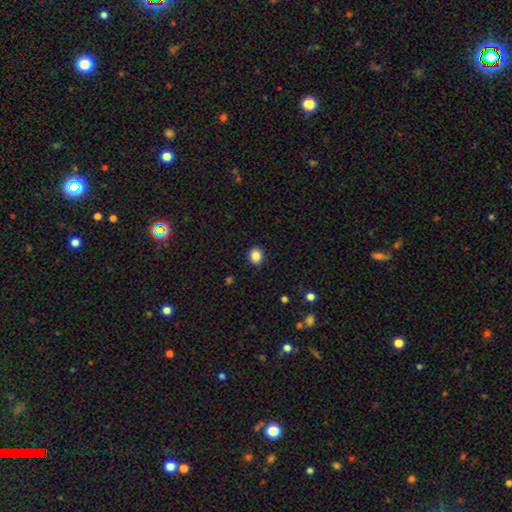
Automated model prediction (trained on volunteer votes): Q: Smooth or featured?
A: smooth (87%); runner-up: star or artifact (9%)
Q: How rounded?
A: round (64%); runner-up: in between (35%)
Q: Merging?
A: none (90%); runner-up: minor disturbance (7%)